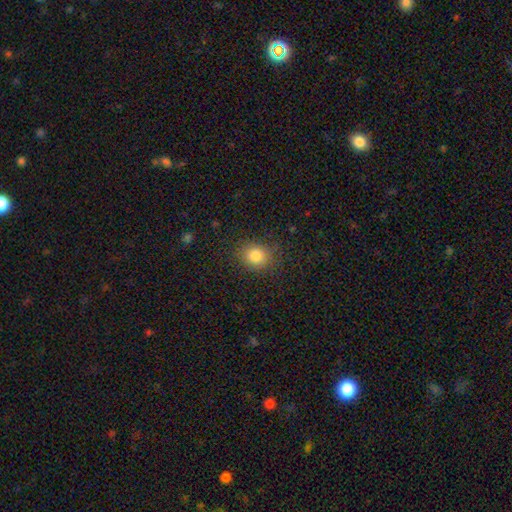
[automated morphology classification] Overall: smooth (83%). How rounded: round (67%; in between 32%). Merging: none (83%).